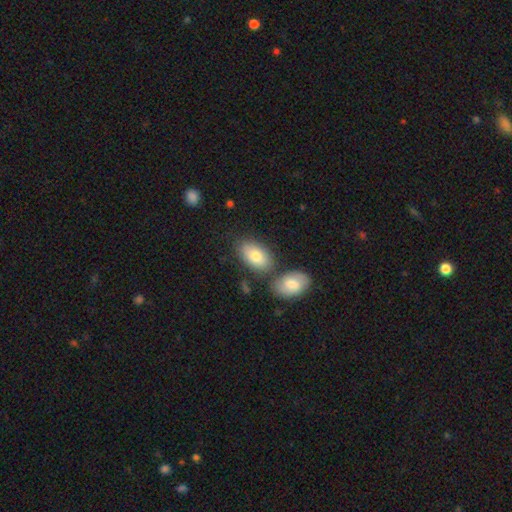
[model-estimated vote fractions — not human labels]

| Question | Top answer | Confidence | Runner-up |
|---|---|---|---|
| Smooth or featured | smooth | 78% | featured or disk (15%) |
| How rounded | in between | 92% | round (7%) |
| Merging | none | 63% | merger (20%) |